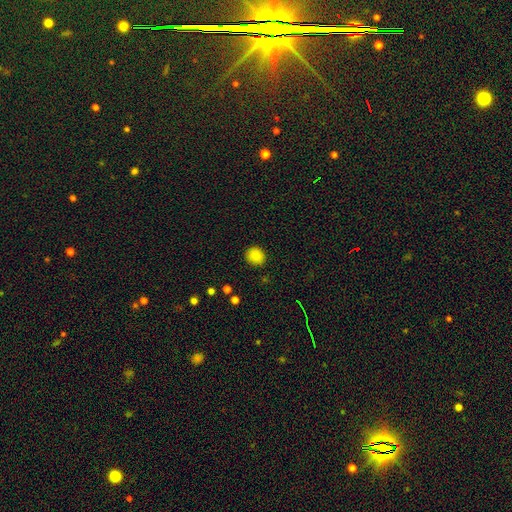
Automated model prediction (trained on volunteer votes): This is clearly a smooth galaxy (85%). How rounded: clearly round (86%). Merging: clearly none (89%).